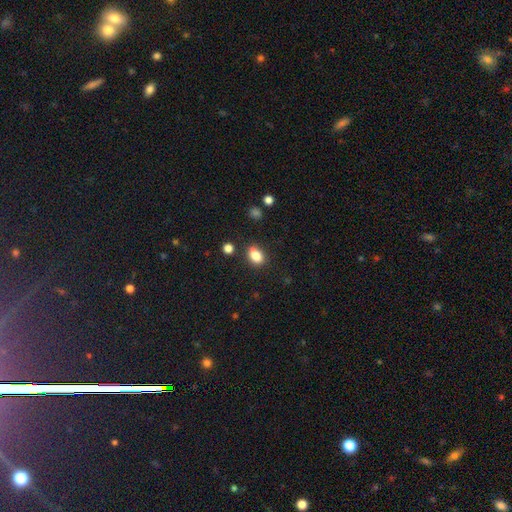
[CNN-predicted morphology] smooth 84%, star or artifact 10%, featured or disk 6%. Down the decision tree: how rounded — in between (78%); merging — none (78%).